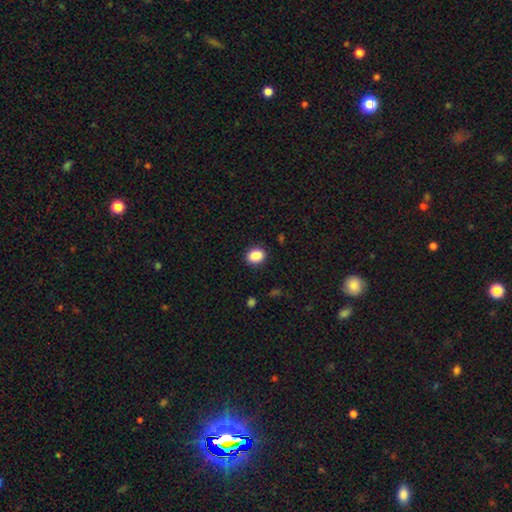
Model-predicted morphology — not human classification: Q: Smooth or featured?
A: smooth (88%); runner-up: star or artifact (9%)
Q: How rounded?
A: in between (55%); runner-up: round (44%)
Q: Merging?
A: none (89%); runner-up: minor disturbance (8%)